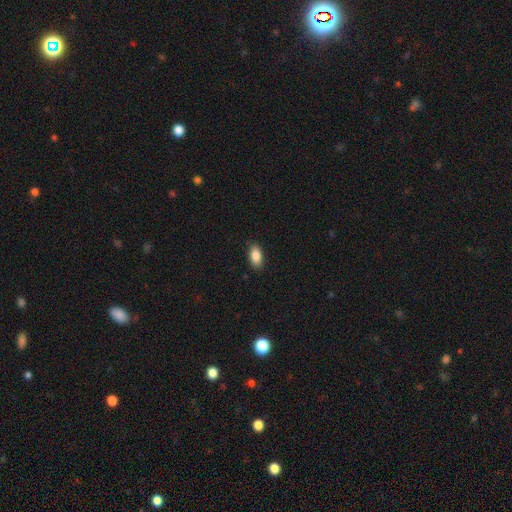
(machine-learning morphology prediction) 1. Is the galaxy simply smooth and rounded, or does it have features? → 88% smooth, 7% star or artifact, 5% featured or disk.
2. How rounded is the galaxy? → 92% in between, 4% cigar-shaped, 4% round.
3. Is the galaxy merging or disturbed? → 89% none, 8% minor disturbance, 2% major disturbance, 1% merger.